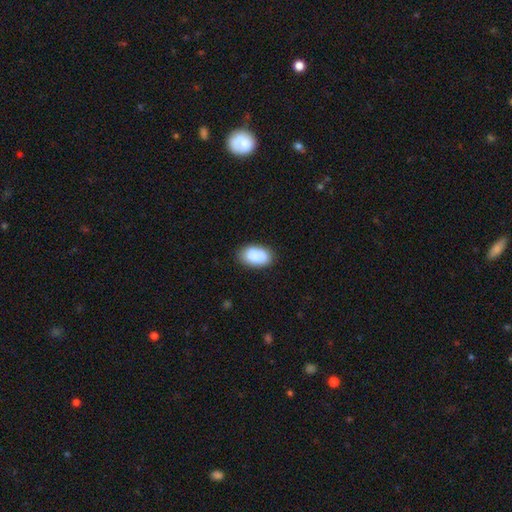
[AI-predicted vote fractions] A smooth galaxy with no disk features (82%) that is in between round and cigar-shaped (92%). Merging: none (76%).